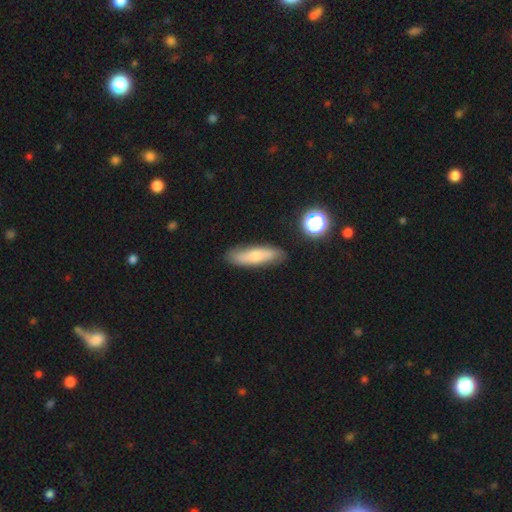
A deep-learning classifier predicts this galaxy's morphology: Overall: smooth (52%; featured or disk 36%). How rounded: cigar-shaped (65%; in between 31%). Merging: none (85%).